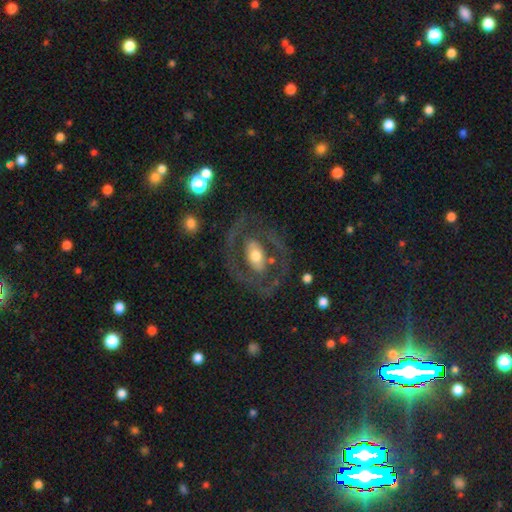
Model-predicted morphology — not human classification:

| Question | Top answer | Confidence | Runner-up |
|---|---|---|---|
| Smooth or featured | featured or disk | 72% | smooth (22%) |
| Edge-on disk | no | 94% | yes (6%) |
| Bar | no | 47% | weak (29%) |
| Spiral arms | no | 51% | yes (49%) |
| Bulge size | moderate | 65% | large (16%) |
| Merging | none | 65% | major disturbance (17%) |